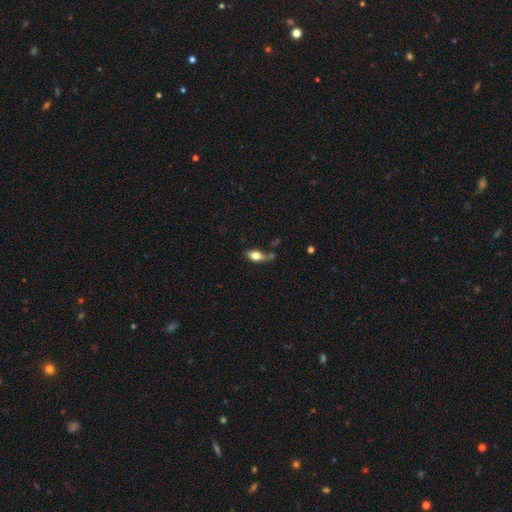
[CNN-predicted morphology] Smooth or featured: smooth — 67% (featured or disk — 24%)
How rounded: in between — 80% (cigar-shaped — 12%)
Merging: none — 47% (minor disturbance — 26%)